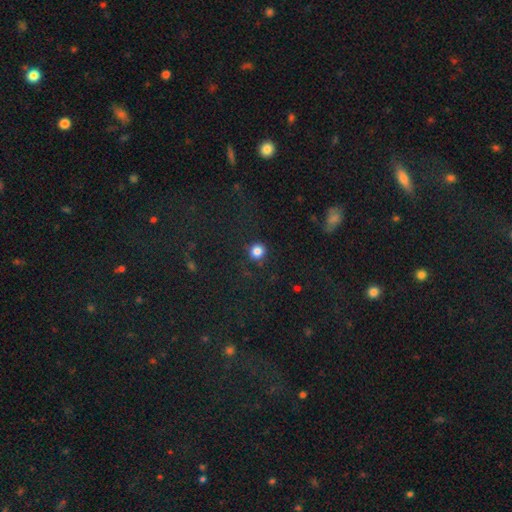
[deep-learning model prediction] Morphology: type=star or artifact (60%).